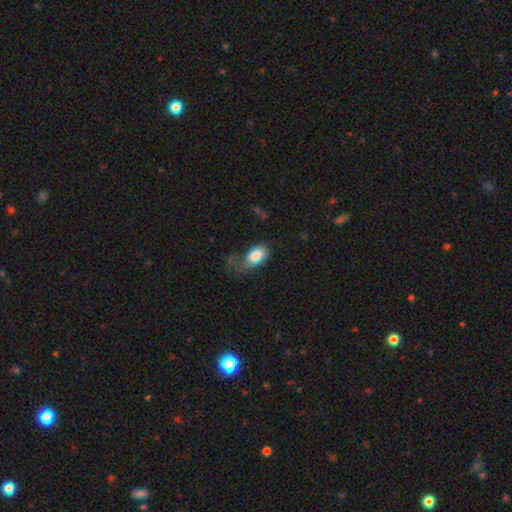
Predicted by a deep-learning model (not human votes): Smooth or featured: smooth — 81% (featured or disk — 11%)
How rounded: in between — 86% (round — 13%)
Merging: major disturbance — 44% (minor disturbance — 27%)